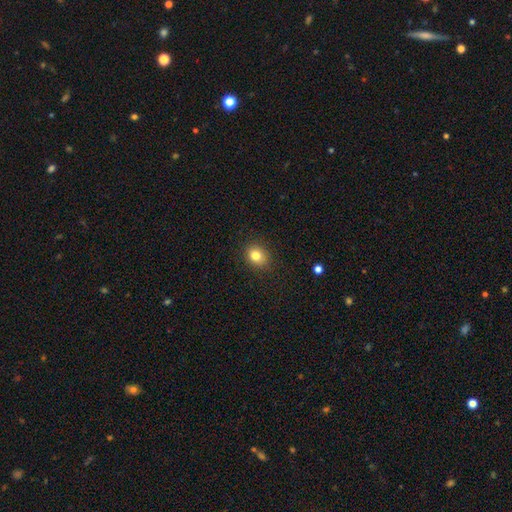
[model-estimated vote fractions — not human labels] smooth 81%, star or artifact 11%, featured or disk 8%. Down the decision tree: how rounded — round (58%); merging — none (88%).